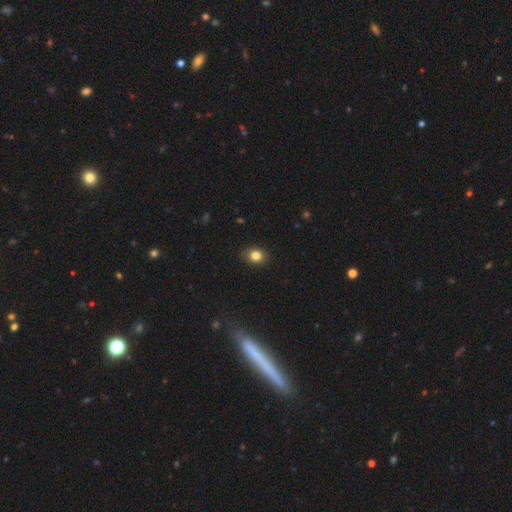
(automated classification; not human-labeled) Smooth or featured?
  - smooth: 81% *
  - star or artifact: 11%
  - featured or disk: 8%
How rounded?
  - in between: 53% *
  - round: 46%
  - cigar-shaped: 1%
Merging?
  - none: 84% *
  - minor disturbance: 12%
  - major disturbance: 2%
  - merger: 1%